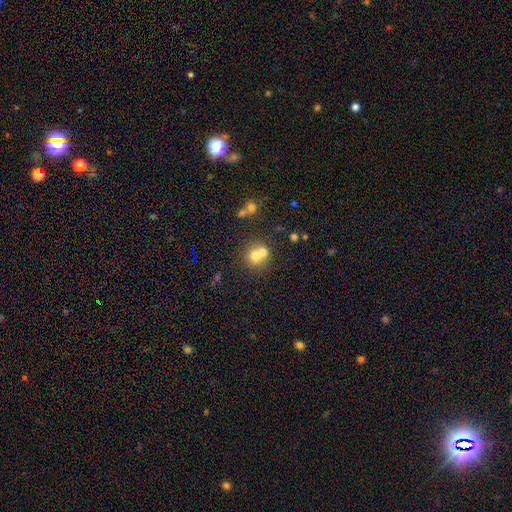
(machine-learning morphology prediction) smooth-or-featured: smooth: 67% | featured or disk: 19% | star or artifact: 14%
  how-rounded: round: 86% | in between: 14% | cigar-shaped: 1%
  merging: merger: 48% | none: 42% | minor disturbance: 7% | major disturbance: 3%